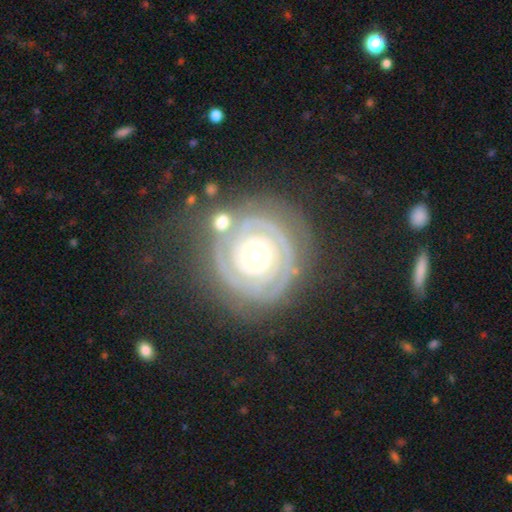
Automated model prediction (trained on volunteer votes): A featured or disk galaxy (89%) with no bar (83%), 2 (55%) tight (90%) spiral arms (96%) and a moderate central bulge (59%).

Vote fractions:
- Smooth or featured? featured or disk: 89% / smooth: 6% / star or artifact: 5%
- Edge-on disk? no: 97% / yes: 3%
- Bar? no: 83% / weak: 11% / strong: 6%
- Spiral arms? yes: 96% / no: 4%
- Spiral winding? tight: 90% / medium: 8% / loose: 2%
- Spiral arm count? 2: 55% / can't tell: 17% / 3: 14% / 4: 5% / 1: 5% / more than 4: 5%
- Bulge size? moderate: 59% / small: 34% / large: 5% / dominant: 1% / none: 1%
- Merging? none: 76% / minor disturbance: 13% / major disturbance: 6% / merger: 5%